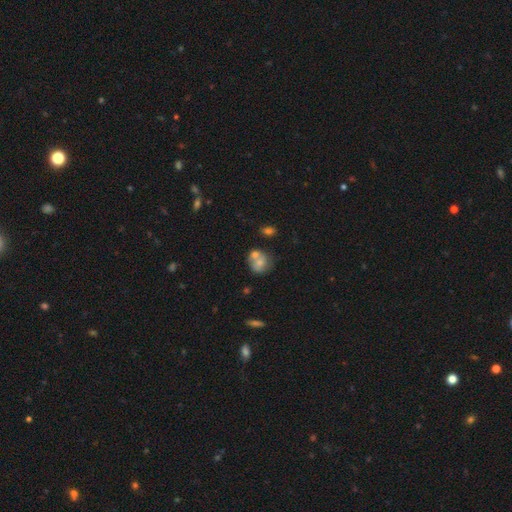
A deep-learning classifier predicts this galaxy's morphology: type=smooth (62%); roundness=round (66%); merging=merger (44%).